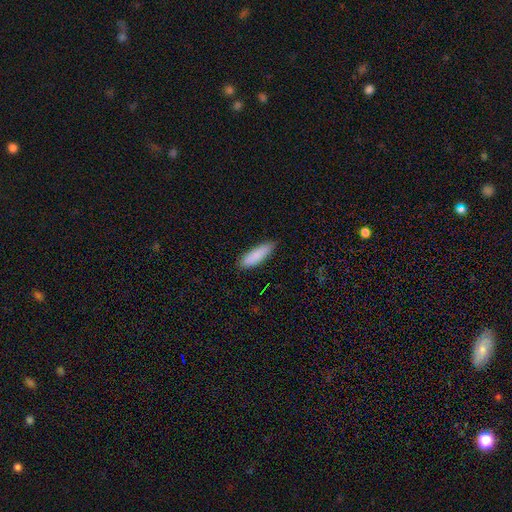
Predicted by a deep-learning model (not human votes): Overall: smooth (87%). How rounded: cigar-shaped (54%; in between 45%). Merging: none (82%).